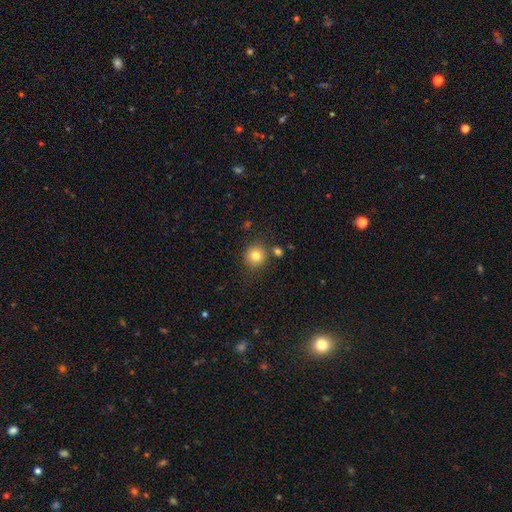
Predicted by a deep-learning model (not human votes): smooth 80%, star or artifact 12%, featured or disk 9%. Down the decision tree: how rounded — round (89%); merging — none (81%).